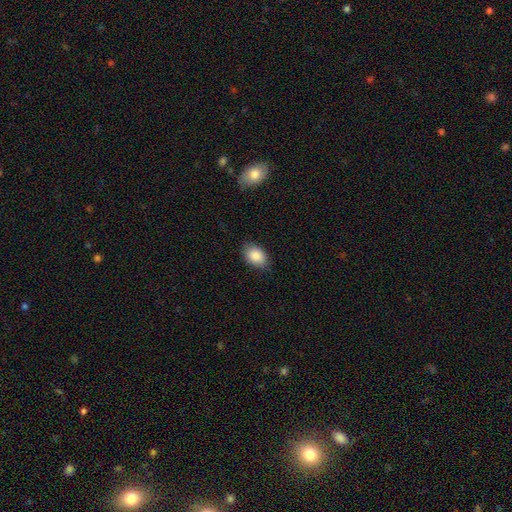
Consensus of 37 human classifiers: Overall: smooth (92%). How rounded: in between (88%). Merging: none (77%).